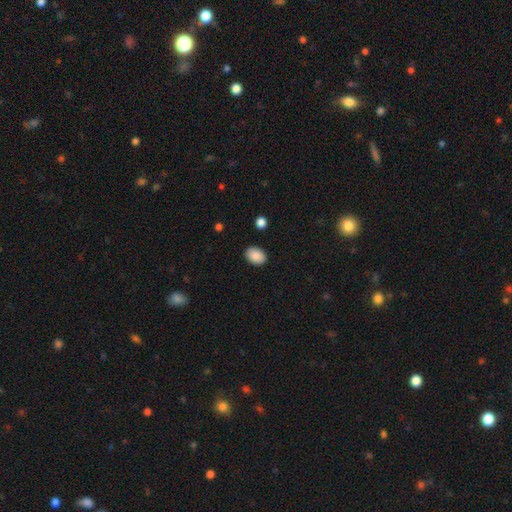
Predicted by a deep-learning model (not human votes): Smooth or featured? Predicted: smooth (p=0.89). How rounded? Predicted: in between (p=0.81). Merging? Predicted: none (p=0.89).